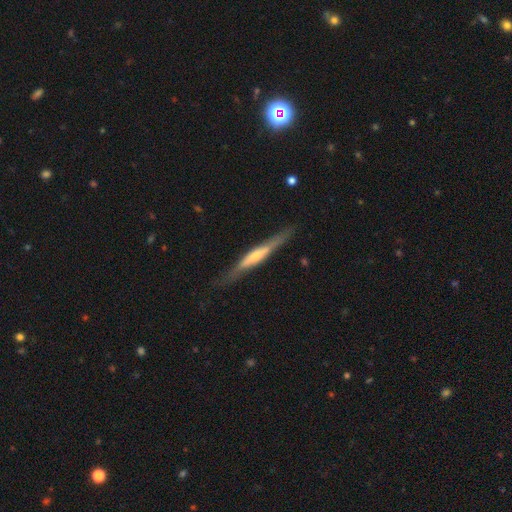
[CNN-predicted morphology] type=featured or disk (63%); edge-on=yes (92%); edge-on bulge=rounded (61%); merging=none (81%).